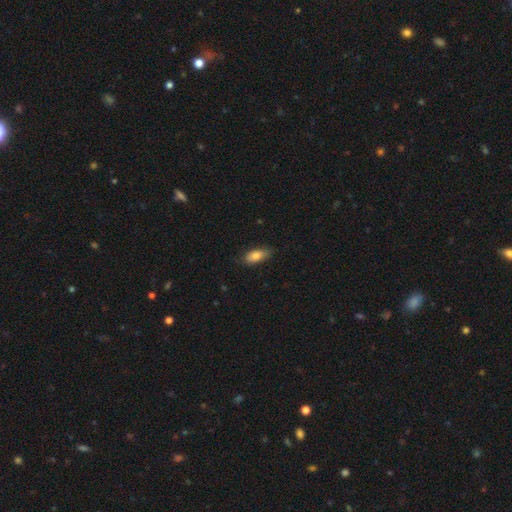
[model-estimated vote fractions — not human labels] smooth-or-featured: smooth: 81% | featured or disk: 12% | star or artifact: 7%
  how-rounded: in between: 86% | cigar-shaped: 11% | round: 3%
  merging: none: 81% | minor disturbance: 15% | major disturbance: 3% | merger: 1%